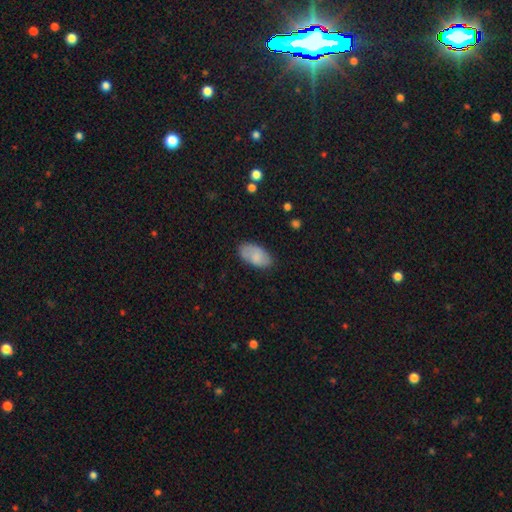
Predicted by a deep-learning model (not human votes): The model was most divided on "merging": none: 75%, minor disturbance: 19%, major disturbance: 4%, merger: 1%. More confident: how rounded — in between (94%); smooth or featured — smooth (76%).